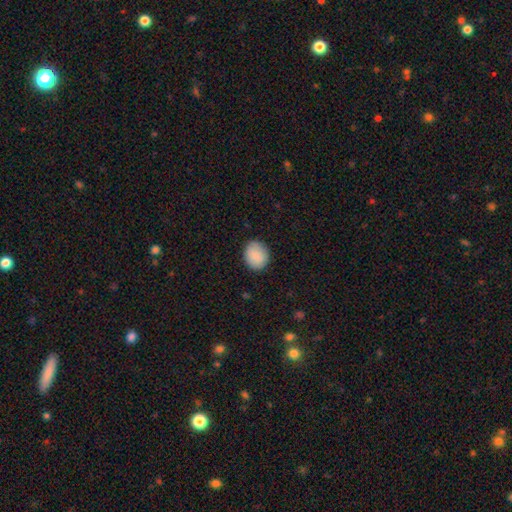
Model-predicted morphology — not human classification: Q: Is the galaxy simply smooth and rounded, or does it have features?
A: smooth — 87%.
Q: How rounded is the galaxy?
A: round — 65%.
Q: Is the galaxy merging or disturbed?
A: none — 85%.